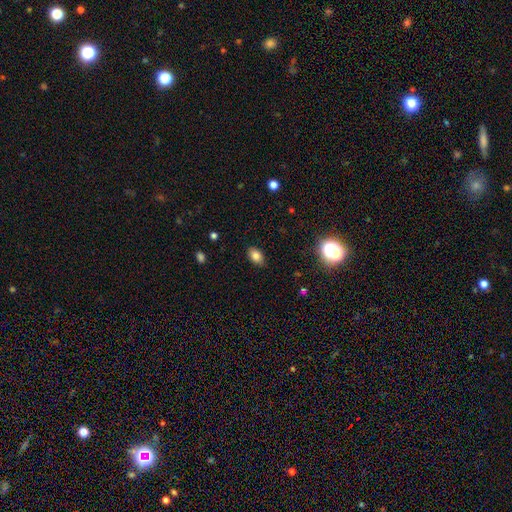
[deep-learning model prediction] Smooth or featured?
  - smooth: 81% *
  - star or artifact: 11%
  - featured or disk: 8%
How rounded?
  - in between: 85% *
  - round: 13%
  - cigar-shaped: 1%
Merging?
  - none: 86% *
  - minor disturbance: 11%
  - major disturbance: 3%
  - merger: 1%